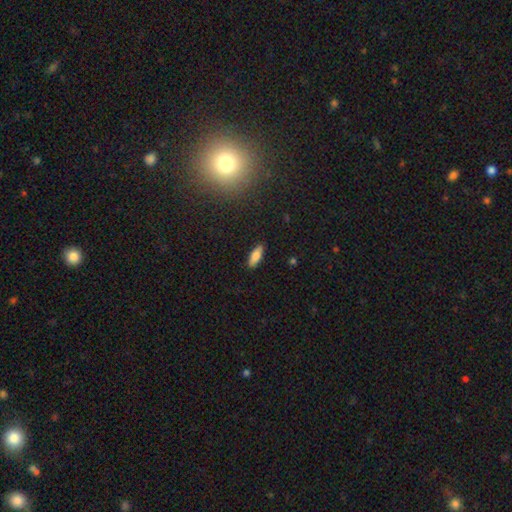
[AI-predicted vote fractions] Morphology: type=smooth (79%); roundness=in between (63%); merging=none (89%).